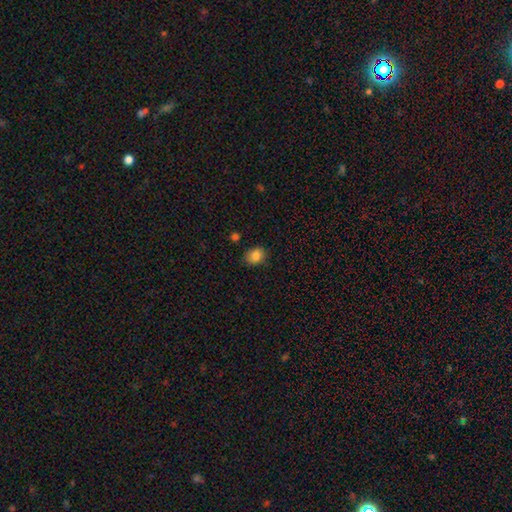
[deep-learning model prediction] Morphology: type=smooth (85%); roundness=in between (50%); merging=none (80%).